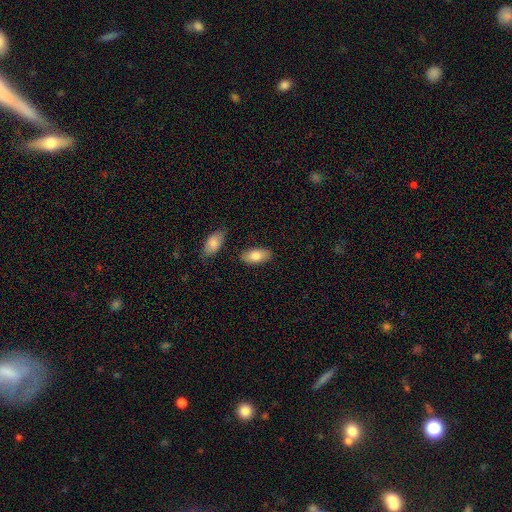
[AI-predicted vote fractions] Overall: smooth (80%). How rounded: in between (92%). Merging: none (84%).